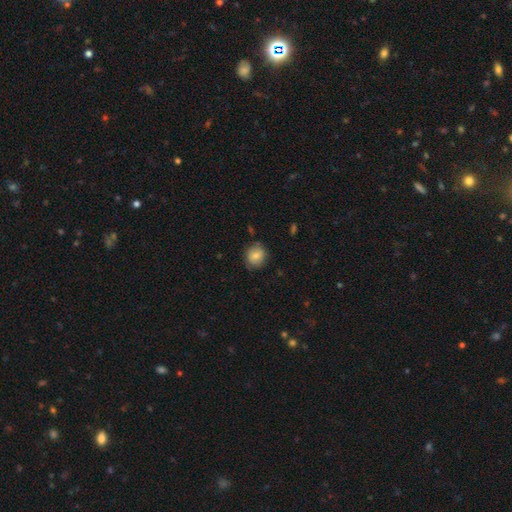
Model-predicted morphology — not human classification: Smooth or featured: smooth — 76% (featured or disk — 16%)
How rounded: round — 74% (in between — 25%)
Merging: none — 79% (minor disturbance — 16%)